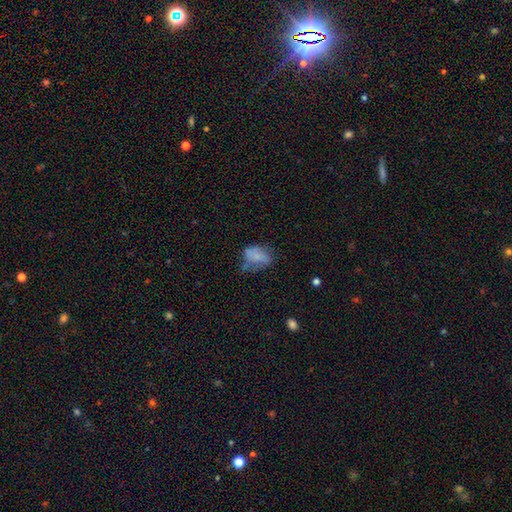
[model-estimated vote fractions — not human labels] smooth 62%, featured or disk 27%, star or artifact 11%. Down the decision tree: how rounded — in between (80%); merging — none (35%).